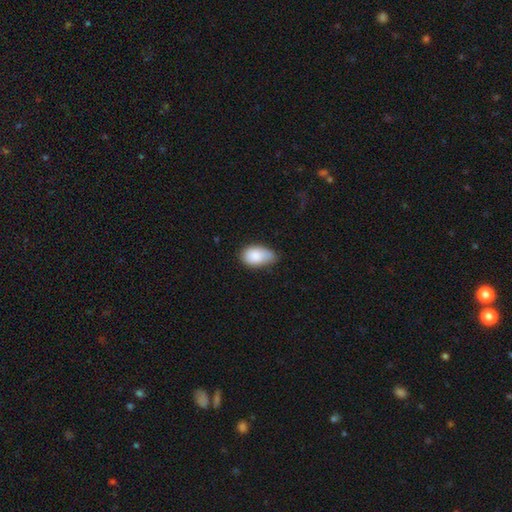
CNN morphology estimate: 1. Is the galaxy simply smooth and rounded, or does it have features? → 85% smooth, 8% featured or disk, 7% star or artifact.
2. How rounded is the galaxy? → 91% in between, 7% round, 2% cigar-shaped.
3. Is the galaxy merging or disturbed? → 48% none, 43% minor disturbance, 7% major disturbance, 3% merger.